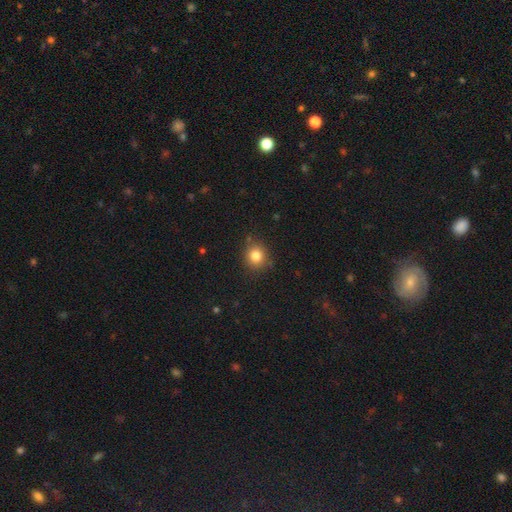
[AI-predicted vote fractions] Overall: smooth (82%). How rounded: round (86%). Merging: none (85%).